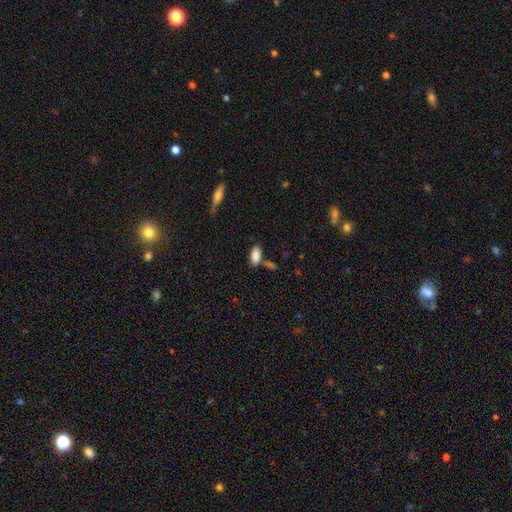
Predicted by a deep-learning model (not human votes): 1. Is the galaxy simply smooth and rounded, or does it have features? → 87% smooth, 7% star or artifact, 6% featured or disk.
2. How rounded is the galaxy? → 86% in between, 11% cigar-shaped, 2% round.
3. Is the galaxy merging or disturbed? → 70% none, 14% minor disturbance, 12% merger, 4% major disturbance.